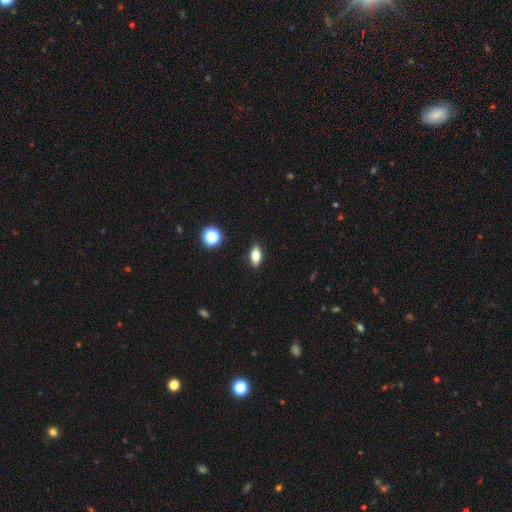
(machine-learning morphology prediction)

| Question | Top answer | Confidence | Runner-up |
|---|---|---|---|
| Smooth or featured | smooth | 72% | featured or disk (18%) |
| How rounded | in between | 81% | cigar-shaped (13%) |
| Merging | none | 89% | minor disturbance (8%) |